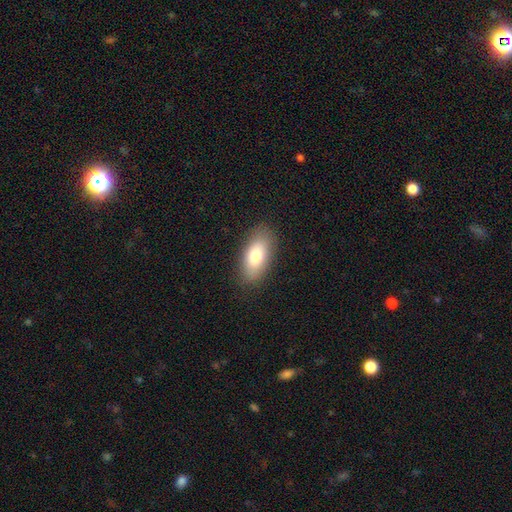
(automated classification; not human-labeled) Overall: smooth (78%). How rounded: in between (89%). Merging: none (85%).